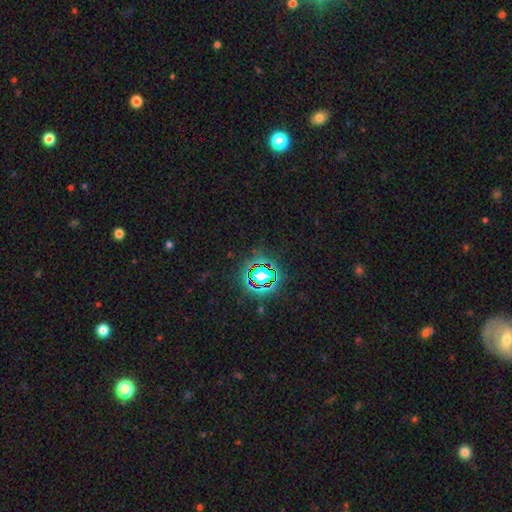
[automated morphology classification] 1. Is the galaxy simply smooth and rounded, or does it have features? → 81% star or artifact, 12% smooth, 7% featured or disk.